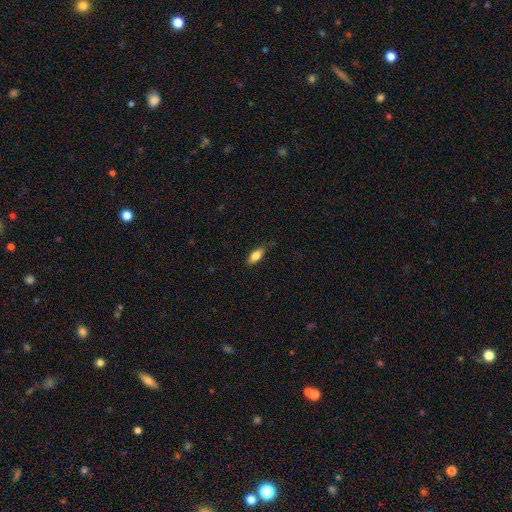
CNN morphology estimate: Overall: smooth (79%). How rounded: in between (81%). Merging: none (77%).